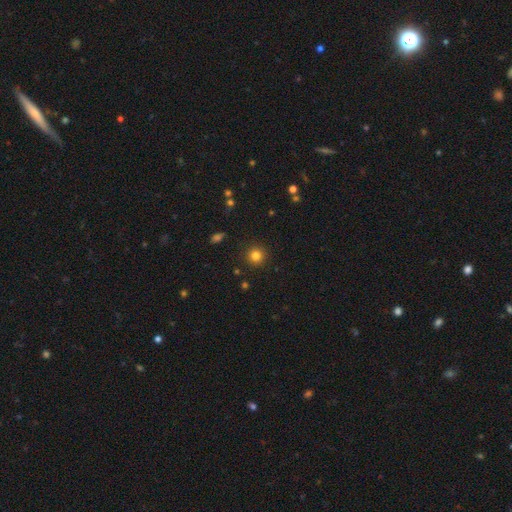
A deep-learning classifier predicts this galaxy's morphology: Smooth or featured? smooth (81%)
How rounded? round (94%)
Merging? none (91%)